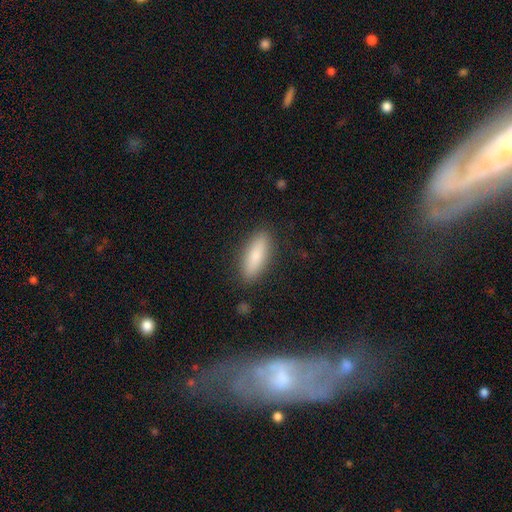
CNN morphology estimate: Smooth or featured: smooth — 78% (featured or disk — 15%)
How rounded: in between — 56% (cigar-shaped — 42%)
Merging: none — 87% (minor disturbance — 9%)